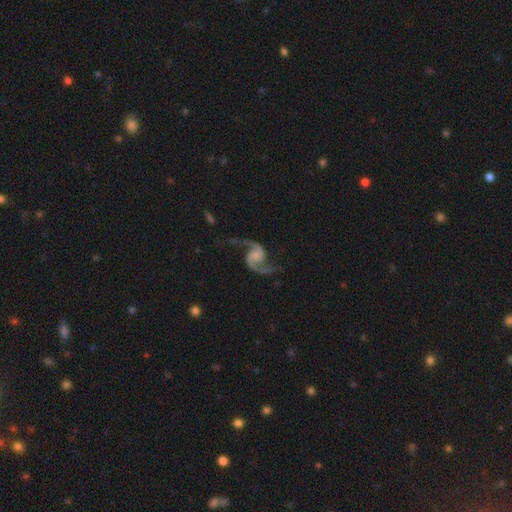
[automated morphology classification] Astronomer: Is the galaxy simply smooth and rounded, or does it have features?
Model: featured or disk — 93%.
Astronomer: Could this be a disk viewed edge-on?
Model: no — 98%.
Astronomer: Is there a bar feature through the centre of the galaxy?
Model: no — 55% (runner-up: weak, 35%).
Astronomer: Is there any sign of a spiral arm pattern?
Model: yes — 98%.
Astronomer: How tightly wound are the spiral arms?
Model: loose — 67%.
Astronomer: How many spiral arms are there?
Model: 2 — 95%.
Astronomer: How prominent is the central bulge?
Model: none — 46% (runner-up: small, 26%).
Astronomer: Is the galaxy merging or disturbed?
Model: none — 74%.